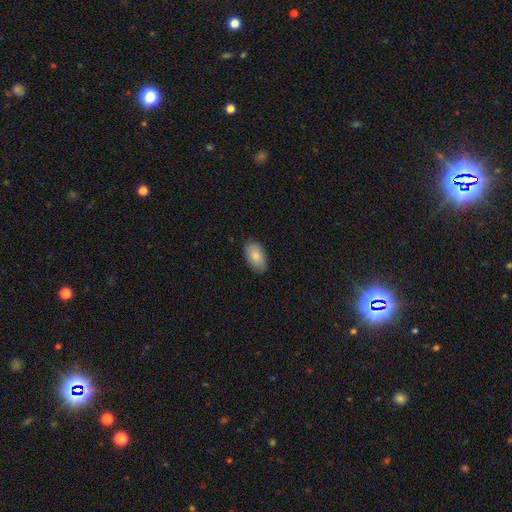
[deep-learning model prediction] Smooth or featured? Predicted: smooth (p=0.85). How rounded? Predicted: in between (p=0.94). Merging? Predicted: none (p=0.86).